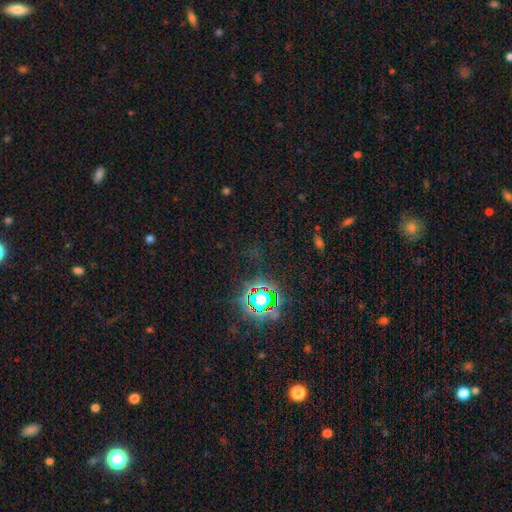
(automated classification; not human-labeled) Smooth or featured?
  - star or artifact: 79% *
  - smooth: 13%
  - featured or disk: 8%